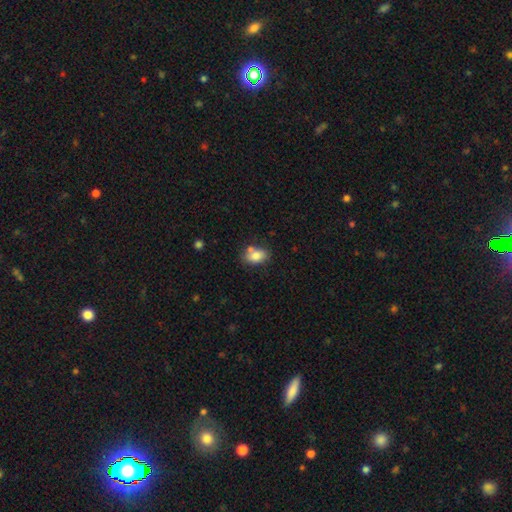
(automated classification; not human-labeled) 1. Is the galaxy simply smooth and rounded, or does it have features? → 81% smooth, 11% featured or disk, 9% star or artifact.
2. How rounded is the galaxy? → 81% in between, 18% round, 1% cigar-shaped.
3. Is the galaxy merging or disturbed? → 63% none, 17% minor disturbance, 16% merger, 4% major disturbance.